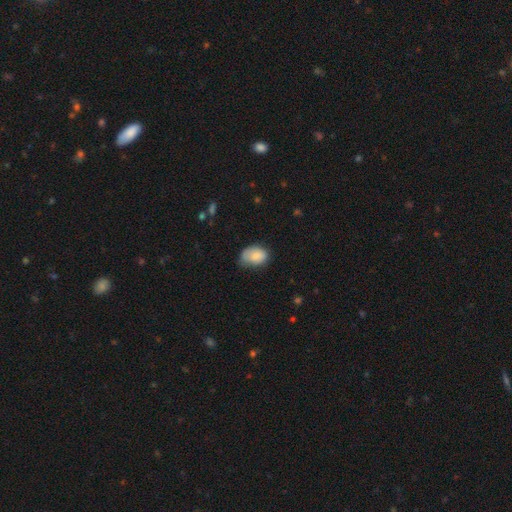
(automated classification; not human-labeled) Q: Smooth or featured?
A: smooth (82%); runner-up: featured or disk (11%)
Q: How rounded?
A: in between (83%); runner-up: round (16%)
Q: Merging?
A: none (47%); runner-up: minor disturbance (40%)